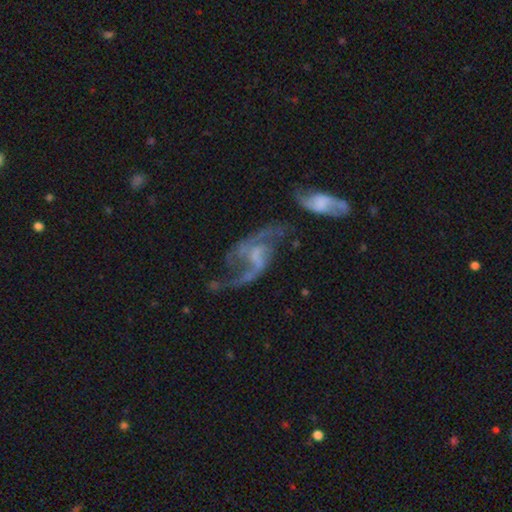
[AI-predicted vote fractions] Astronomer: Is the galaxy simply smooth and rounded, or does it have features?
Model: featured or disk — 82%.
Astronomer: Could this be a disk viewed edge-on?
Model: no — 96%.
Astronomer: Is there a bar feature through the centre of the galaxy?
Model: no — 43% (runner-up: weak, 42%).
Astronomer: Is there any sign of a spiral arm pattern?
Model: yes — 86%.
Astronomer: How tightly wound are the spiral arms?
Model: loose — 64%.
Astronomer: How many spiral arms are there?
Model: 2 — 79%.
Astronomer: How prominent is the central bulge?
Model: none — 50% (runner-up: small, 27%).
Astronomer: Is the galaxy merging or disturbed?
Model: none — 37% (runner-up: major disturbance, 30%).